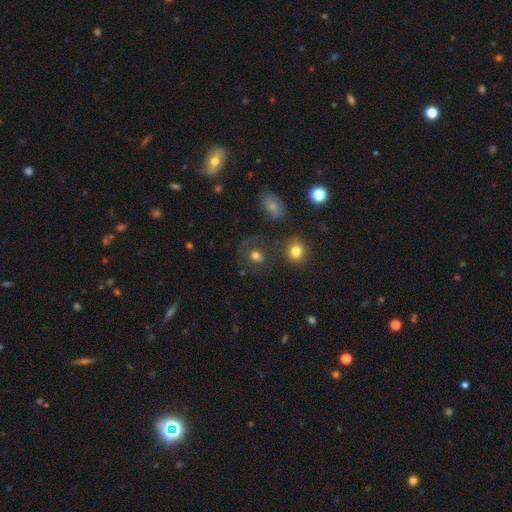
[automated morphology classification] A smooth galaxy with no disk features (63%) that is round (75%). Merging: none (53%).